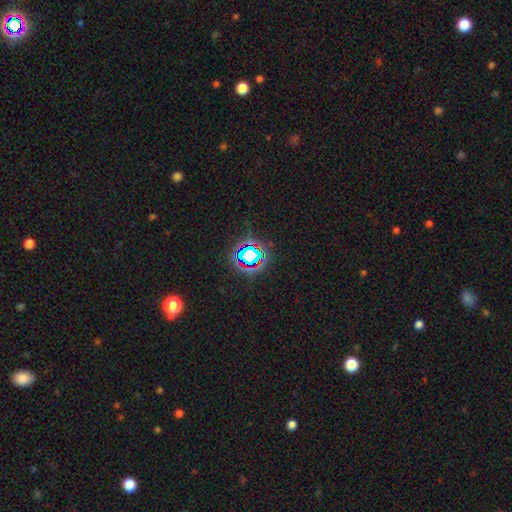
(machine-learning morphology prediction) star or artifact 78%, smooth 15%, featured or disk 8%.